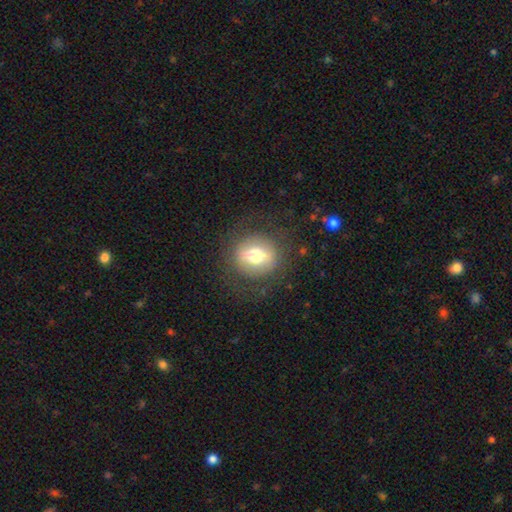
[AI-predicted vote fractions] A smooth galaxy with no disk features (58%) that is round (85%). Merging: none (80%).